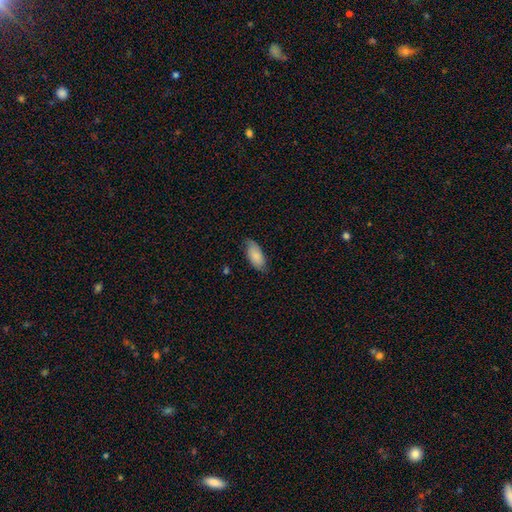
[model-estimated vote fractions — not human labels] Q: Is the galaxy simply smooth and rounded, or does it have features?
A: smooth — 83%.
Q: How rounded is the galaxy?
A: in between — 90%.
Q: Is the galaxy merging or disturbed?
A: none — 76%.